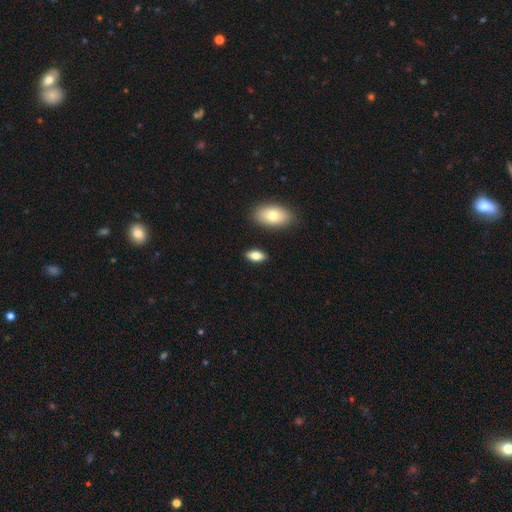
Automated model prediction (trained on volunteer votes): smooth-or-featured: smooth: 78% | featured or disk: 15% | star or artifact: 7%
  how-rounded: in between: 87% | cigar-shaped: 9% | round: 4%
  merging: none: 86% | minor disturbance: 9% | merger: 3% | major disturbance: 2%